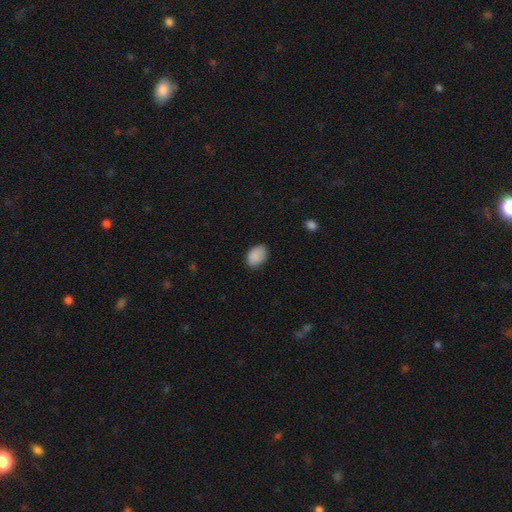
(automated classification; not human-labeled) Smooth or featured?
  - smooth: 89% *
  - star or artifact: 7%
  - featured or disk: 3%
How rounded?
  - in between: 81% *
  - round: 18%
  - cigar-shaped: 1%
Merging?
  - none: 82% *
  - minor disturbance: 14%
  - major disturbance: 3%
  - merger: 1%